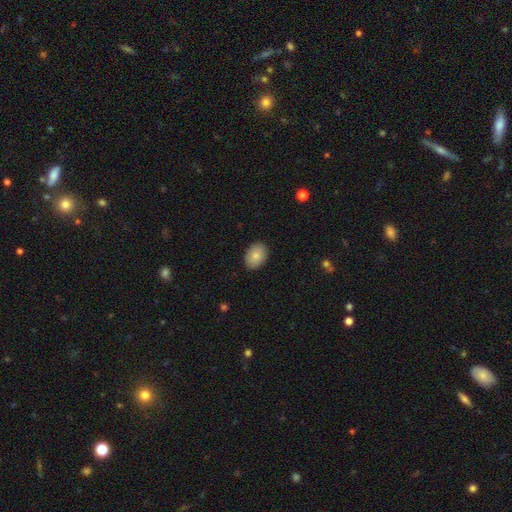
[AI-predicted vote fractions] Smooth or featured? smooth (84%)
How rounded? in between (80%)
Merging? none (89%)